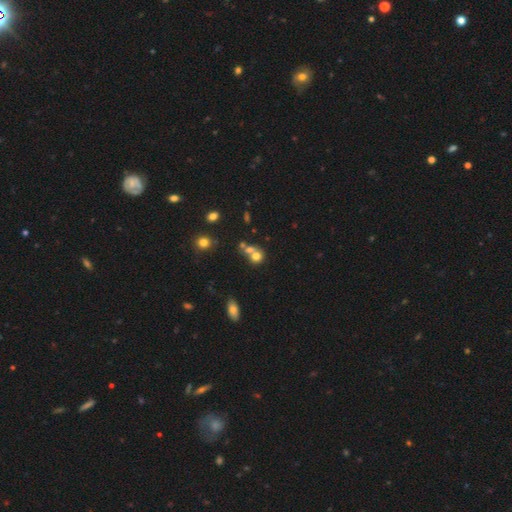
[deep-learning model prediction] smooth-or-featured: smooth: 69% | featured or disk: 16% | star or artifact: 15%
  how-rounded: round: 75% | in between: 23% | cigar-shaped: 1%
  merging: merger: 50% | none: 37% | minor disturbance: 8% | major disturbance: 4%